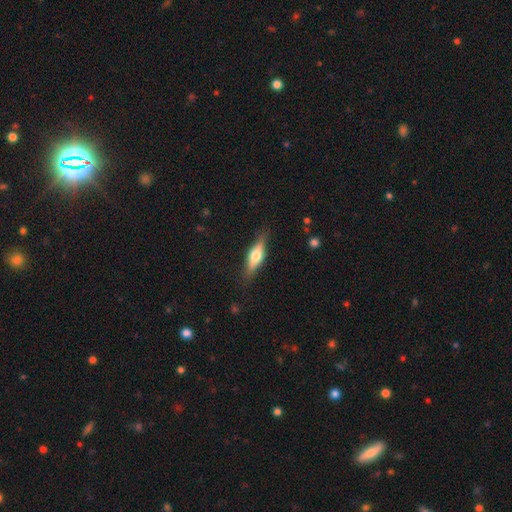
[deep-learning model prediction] This appears to be a featured or disk galaxy (49%). Merging: none (82%).